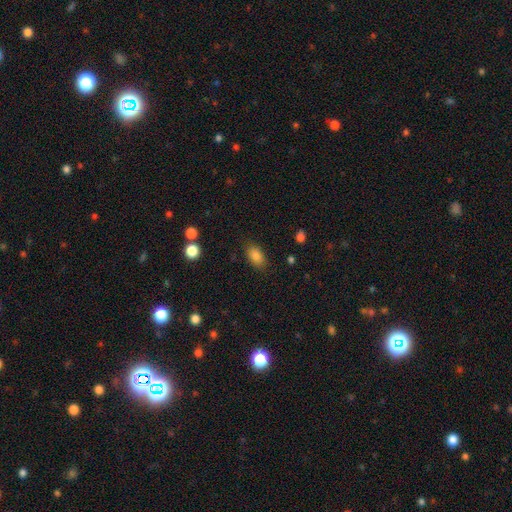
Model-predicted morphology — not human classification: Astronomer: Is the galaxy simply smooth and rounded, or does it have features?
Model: smooth — 84%.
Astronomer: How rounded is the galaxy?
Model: in between — 89%.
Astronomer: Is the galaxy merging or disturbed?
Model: none — 84%.